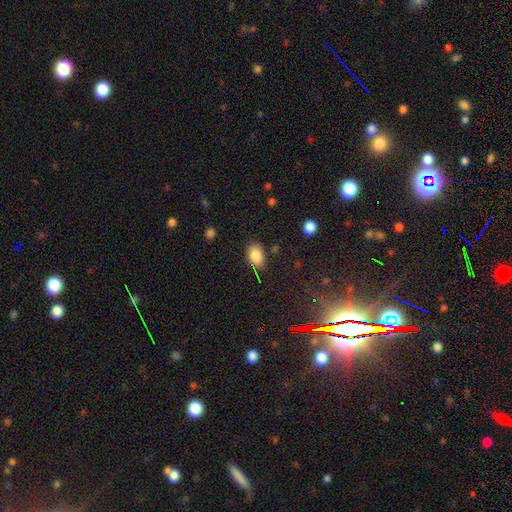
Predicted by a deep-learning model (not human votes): Overall: smooth (85%). How rounded: in between (81%). Merging: none (79%).